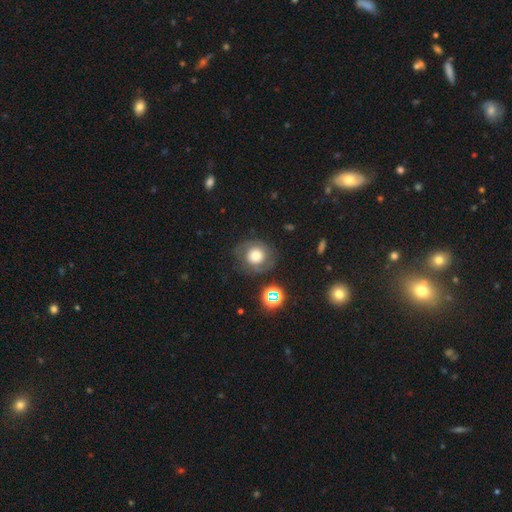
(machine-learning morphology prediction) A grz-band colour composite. It shows a smooth galaxy with no disk features (54%) that is round (82%). Merging: none (72%).